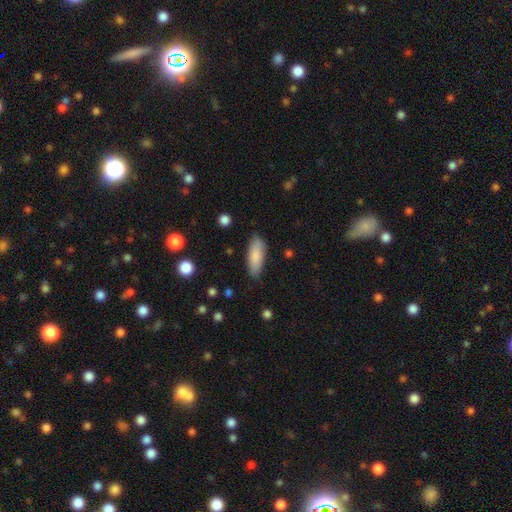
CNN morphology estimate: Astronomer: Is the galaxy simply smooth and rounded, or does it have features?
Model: smooth — 85%.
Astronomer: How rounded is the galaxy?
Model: in between — 70%.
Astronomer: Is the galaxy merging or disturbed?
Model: none — 84%.